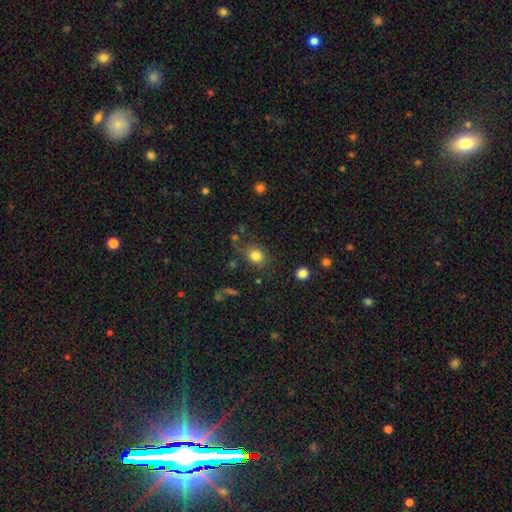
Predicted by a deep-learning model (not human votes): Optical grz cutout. It shows a smooth galaxy with no disk features (82%) that is round (63%). Merging: none (75%).